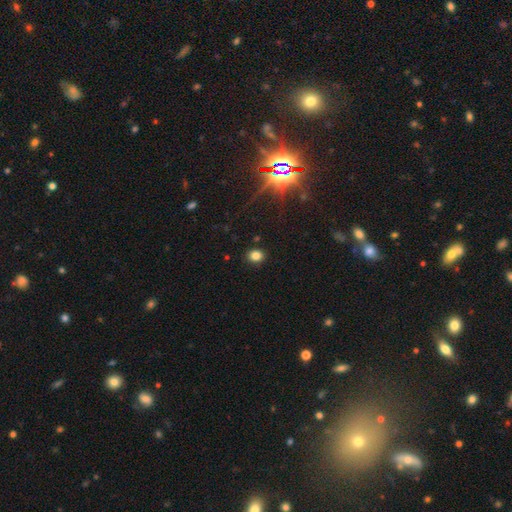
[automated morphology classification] Smooth or featured?
  - smooth: 81% *
  - star or artifact: 13%
  - featured or disk: 5%
How rounded?
  - round: 65% *
  - in between: 34%
  - cigar-shaped: 1%
Merging?
  - none: 89% *
  - minor disturbance: 7%
  - major disturbance: 2%
  - merger: 2%